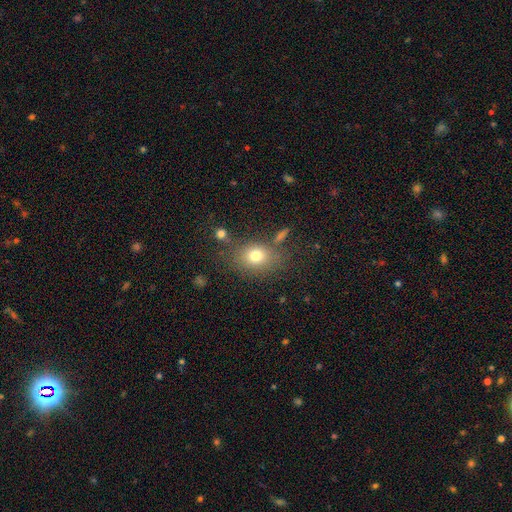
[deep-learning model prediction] smooth-or-featured: smooth: 76% | star or artifact: 12% | featured or disk: 12%
  how-rounded: in between: 55% | round: 43% | cigar-shaped: 2%
  merging: none: 71% | minor disturbance: 15% | merger: 8% | major disturbance: 7%